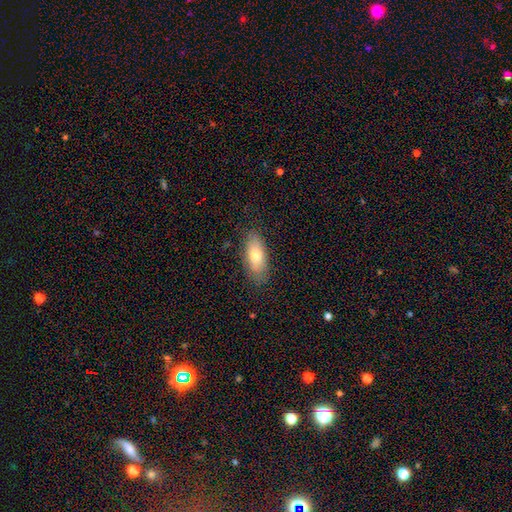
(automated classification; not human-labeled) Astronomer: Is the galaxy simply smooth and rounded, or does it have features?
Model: smooth — 73%.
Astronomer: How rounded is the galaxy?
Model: in between — 82%.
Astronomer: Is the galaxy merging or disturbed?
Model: none — 83%.